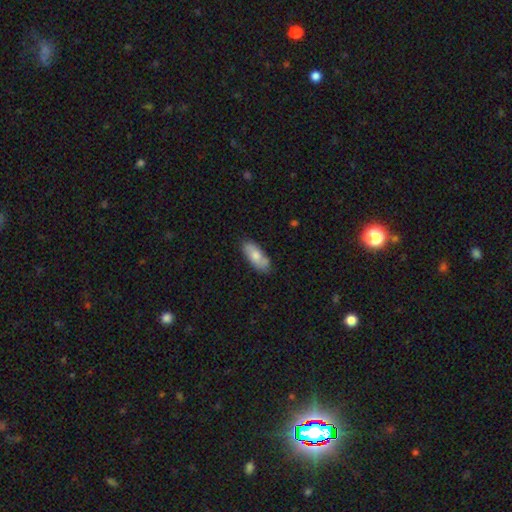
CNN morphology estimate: This appears to be a smooth galaxy with no disk features (69%) that is in between round and cigar-shaped (81%). Merging: none (77%).